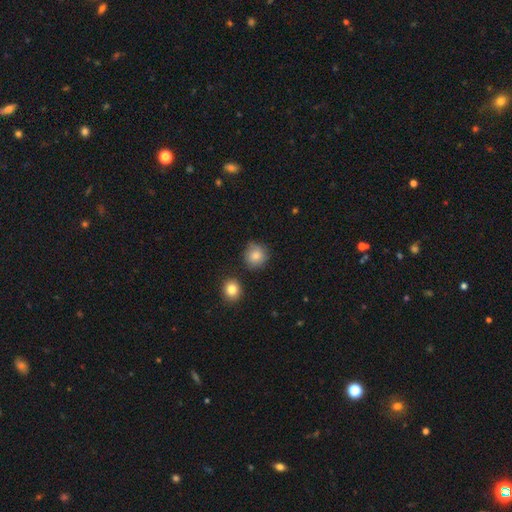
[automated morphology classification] smooth-or-featured: smooth: 83% | star or artifact: 10% | featured or disk: 7%
  how-rounded: round: 91% | in between: 8% | cigar-shaped: 1%
  merging: none: 80% | minor disturbance: 13% | merger: 4% | major disturbance: 3%